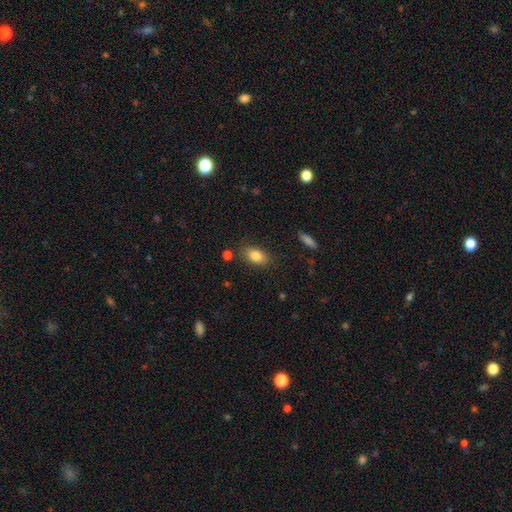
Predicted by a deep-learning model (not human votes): smooth-or-featured: smooth: 85% | star or artifact: 8% | featured or disk: 7%
  how-rounded: in between: 87% | round: 10% | cigar-shaped: 3%
  merging: none: 82% | minor disturbance: 12% | major disturbance: 3% | merger: 3%